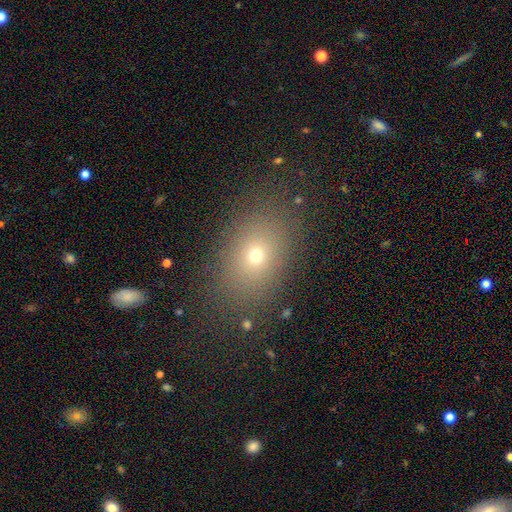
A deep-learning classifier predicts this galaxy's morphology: Smooth or featured: smooth — 66% (star or artifact — 20%)
How rounded: in between — 66% (round — 33%)
Merging: none — 82% (minor disturbance — 11%)